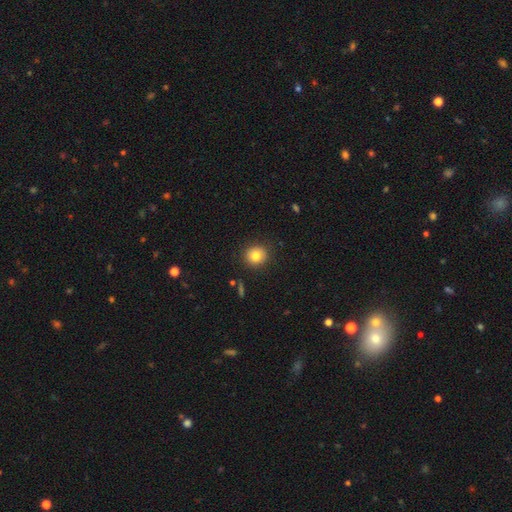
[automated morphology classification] smooth-or-featured: smooth: 80% | star or artifact: 11% | featured or disk: 9%
  how-rounded: round: 89% | in between: 10% | cigar-shaped: 1%
  merging: none: 89% | minor disturbance: 7% | major disturbance: 2% | merger: 1%